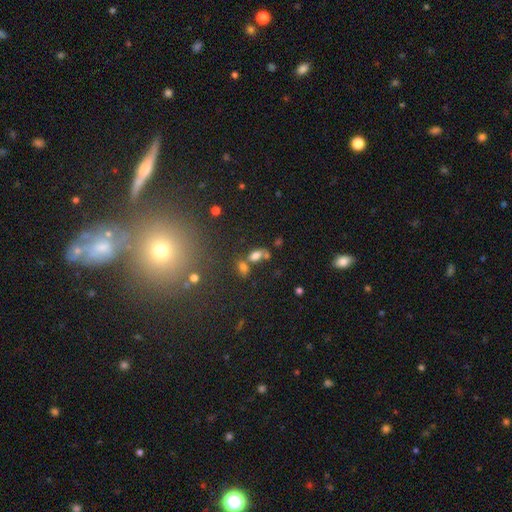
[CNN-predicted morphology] This is likely a smooth galaxy (72%). How rounded: clearly in between (86%). Merging: marginally none (41%).